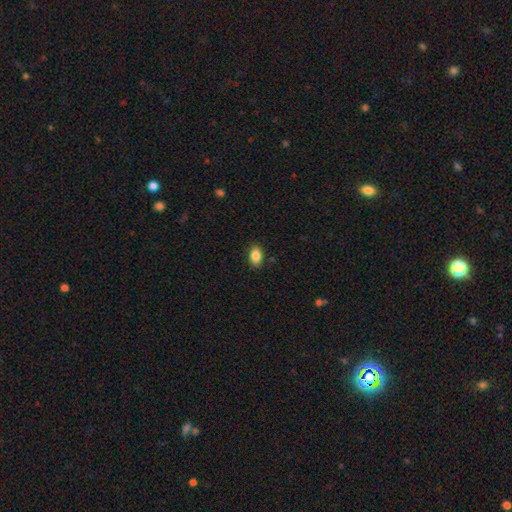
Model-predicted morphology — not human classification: A smooth galaxy with no disk features (87%) that is in between round and cigar-shaped (86%).

Vote fractions:
- Smooth or featured? smooth: 87% / star or artifact: 8% / featured or disk: 5%
- How rounded? in between: 86% / round: 12% / cigar-shaped: 2%
- Merging? none: 88% / minor disturbance: 9% / major disturbance: 2% / merger: 1%